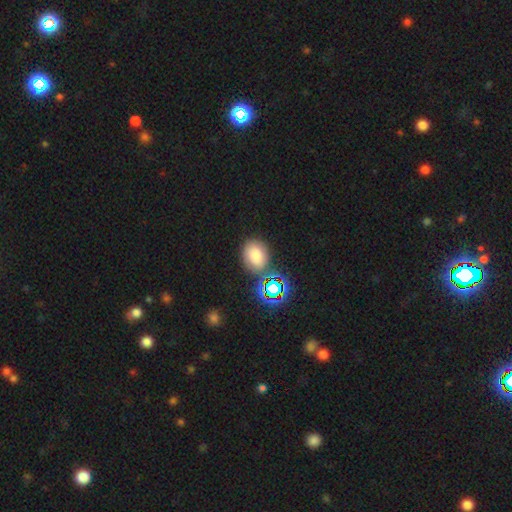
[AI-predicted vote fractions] Smooth or featured? Predicted: smooth (p=0.67). How rounded? Predicted: in between (p=0.53). Merging? Predicted: none (p=0.73).